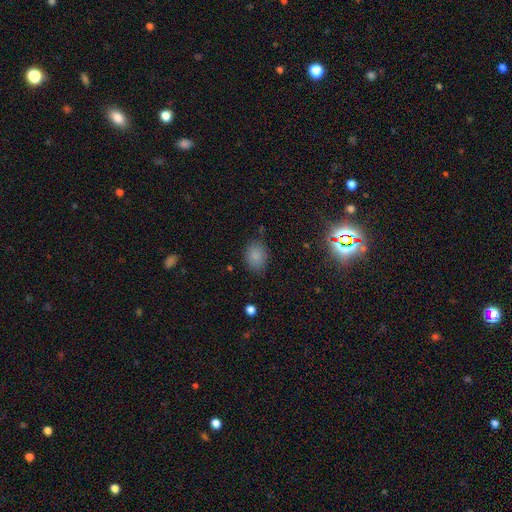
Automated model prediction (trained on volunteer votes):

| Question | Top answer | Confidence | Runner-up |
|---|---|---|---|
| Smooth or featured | smooth | 83% | star or artifact (11%) |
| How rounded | in between | 70% | round (29%) |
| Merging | none | 79% | minor disturbance (15%) |